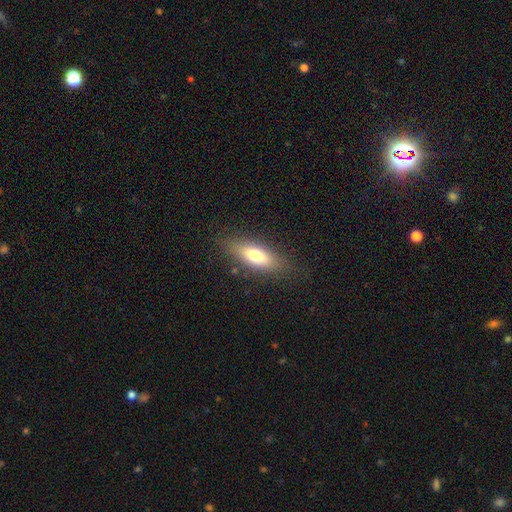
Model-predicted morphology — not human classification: Smooth or featured: smooth — 69% (featured or disk — 24%)
How rounded: in between — 63% (cigar-shaped — 34%)
Merging: none — 82% (minor disturbance — 13%)